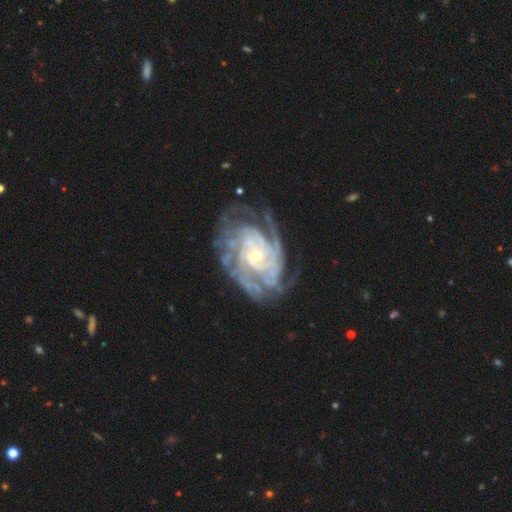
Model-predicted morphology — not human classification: smooth_or_featured: featured or disk (p=0.89) [alt: star or artifact p=0.06]
disk_edge_on: no (p=0.97) [alt: yes p=0.03]
bar: no (p=0.71) [alt: weak p=0.22]
has_spiral_arms: yes (p=0.96) [alt: no p=0.04]
spiral_winding: tight (p=0.70) [alt: medium p=0.25]
spiral_arm_count: can't tell (p=0.33) [alt: 4 p=0.21]
bulge_size: small (p=0.69) [alt: moderate p=0.27]
merging: none (p=0.63) [alt: minor disturbance p=0.21]